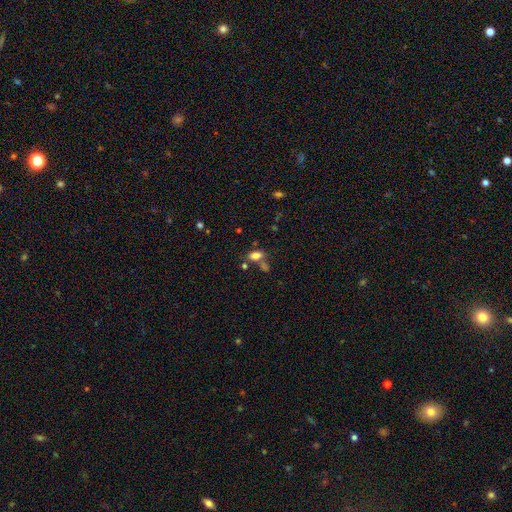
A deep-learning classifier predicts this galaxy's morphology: smooth 77%, star or artifact 13%, featured or disk 10%. Down the decision tree: how rounded — in between (88%); merging — none (53%).